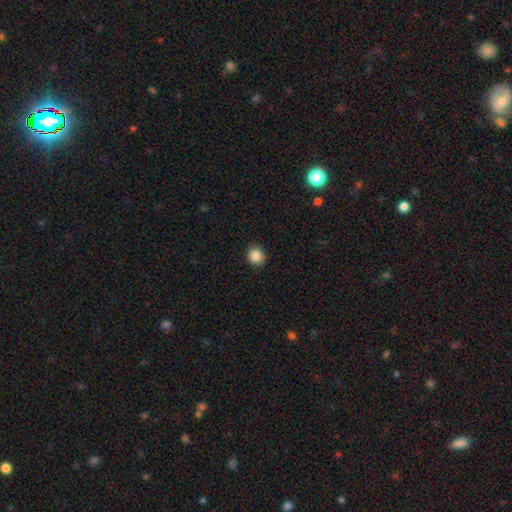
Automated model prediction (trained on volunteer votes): Overall: smooth (87%). How rounded: round (91%). Merging: none (92%).